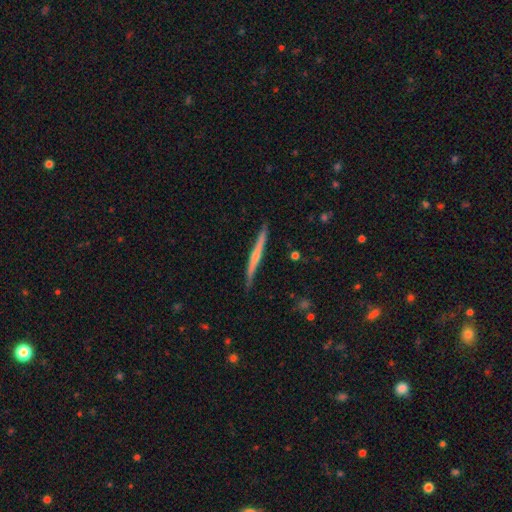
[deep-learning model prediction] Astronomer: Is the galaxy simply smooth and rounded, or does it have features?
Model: featured or disk — 65%.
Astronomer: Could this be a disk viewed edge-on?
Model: yes — 97%.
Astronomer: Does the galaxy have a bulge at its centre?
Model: rounded — 61%.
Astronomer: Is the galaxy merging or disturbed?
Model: none — 86%.